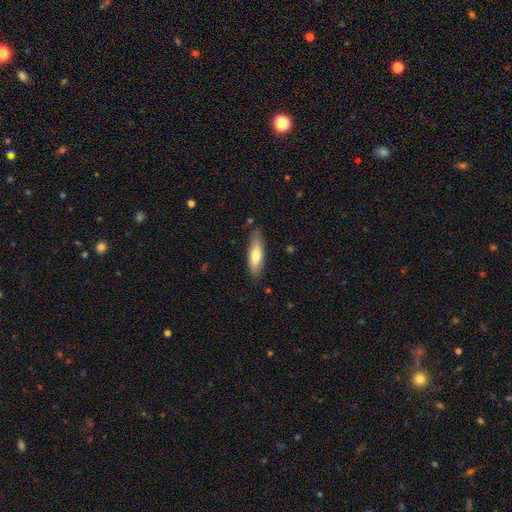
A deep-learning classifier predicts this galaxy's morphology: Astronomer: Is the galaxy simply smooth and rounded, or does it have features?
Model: smooth — 69%.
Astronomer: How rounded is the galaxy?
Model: cigar-shaped — 52% (runner-up: in between, 46%).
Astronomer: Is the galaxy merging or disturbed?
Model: none — 82%.